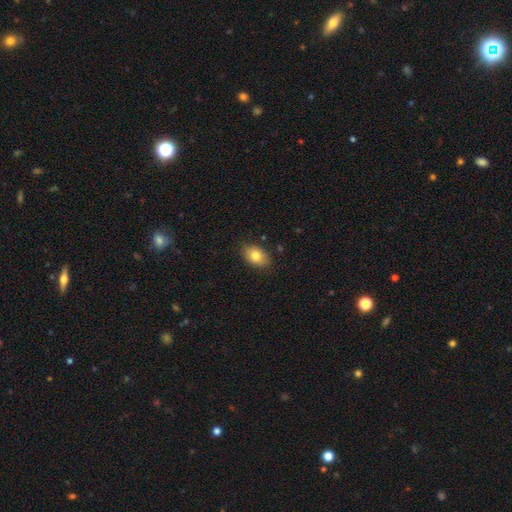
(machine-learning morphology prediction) smooth_or_featured: smooth (p=0.81) [alt: featured or disk p=0.11]
how_rounded: in between (p=0.85) [alt: round p=0.14]
merging: none (p=0.86) [alt: minor disturbance p=0.11]